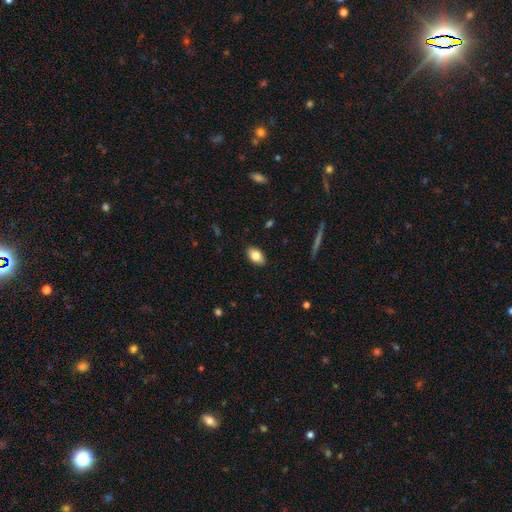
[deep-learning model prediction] smooth 81%, featured or disk 11%, star or artifact 7%. Down the decision tree: how rounded — in between (91%); merging — none (88%).